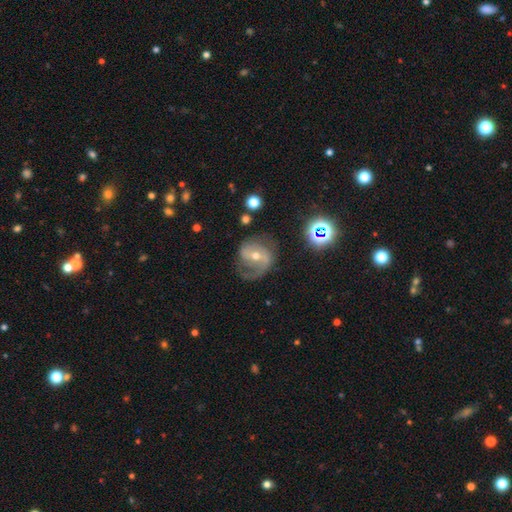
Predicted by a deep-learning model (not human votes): Smooth or featured: featured or disk — 82% (smooth — 10%)
Edge-on disk: no — 97% (yes — 3%)
Bar: weak — 42% (strong — 29%)
Spiral arms: yes — 94% (no — 6%)
Spiral winding: medium — 49% (tight — 26%)
Spiral arm count: 2 — 67% (1 — 22%)
Bulge size: moderate — 54% (small — 42%)
Merging: none — 59% (minor disturbance — 21%)